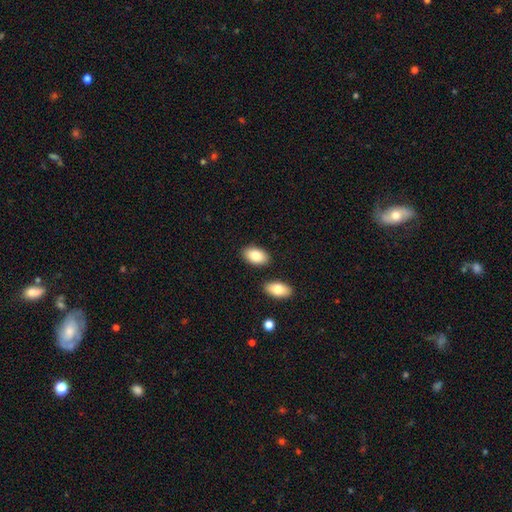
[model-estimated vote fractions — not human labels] The model was most divided on "merging": none: 83%, minor disturbance: 9%, merger: 6%, major disturbance: 2%. More confident: how rounded — in between (93%); smooth or featured — smooth (85%).